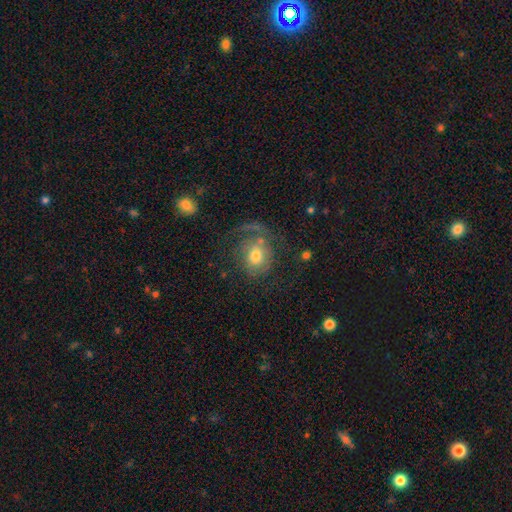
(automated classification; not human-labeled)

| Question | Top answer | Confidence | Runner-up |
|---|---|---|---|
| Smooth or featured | featured or disk | 56% | smooth (35%) |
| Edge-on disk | no | 97% | yes (3%) |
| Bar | no | 73% | weak (23%) |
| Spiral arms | yes | 75% | no (25%) |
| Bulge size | moderate | 62% | small (24%) |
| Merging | none | 43% | major disturbance (34%) |